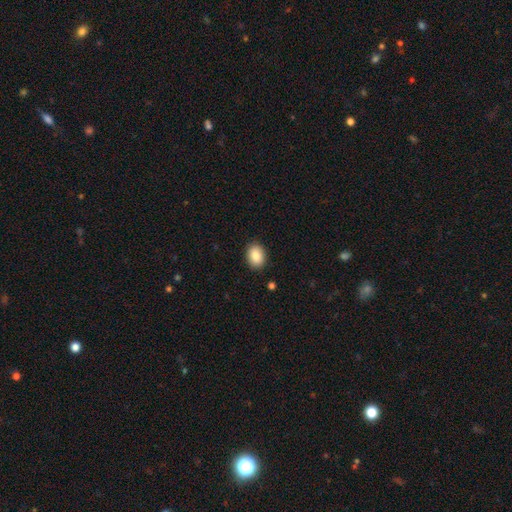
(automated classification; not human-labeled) The model was most divided on "how rounded": in between: 71%, round: 28%, cigar-shaped: 1%. More confident: merging — none (90%); smooth or featured — smooth (87%).